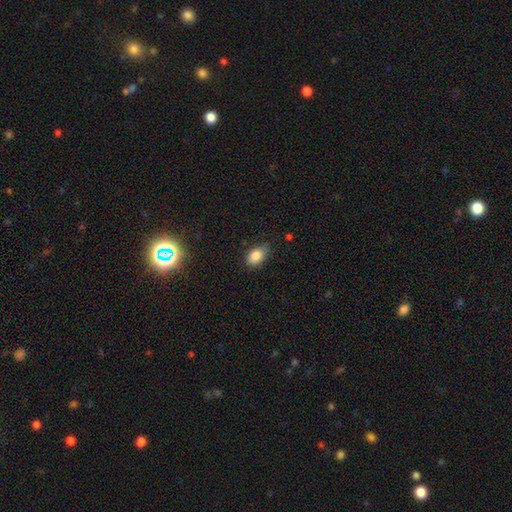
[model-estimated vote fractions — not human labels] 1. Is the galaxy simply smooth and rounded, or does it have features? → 84% smooth, 9% star or artifact, 7% featured or disk.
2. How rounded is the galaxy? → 87% in between, 11% round, 2% cigar-shaped.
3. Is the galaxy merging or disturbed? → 74% none, 21% minor disturbance, 4% major disturbance, 1% merger.